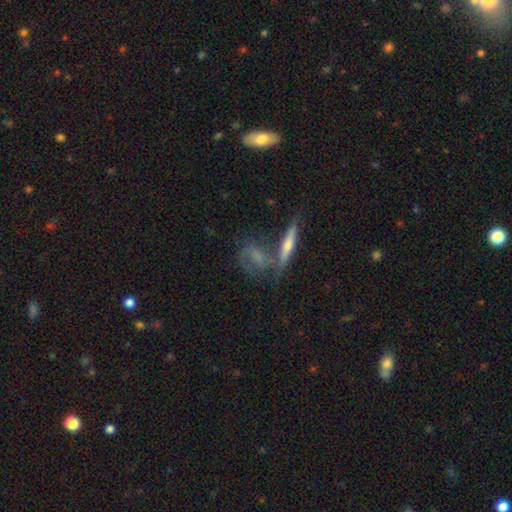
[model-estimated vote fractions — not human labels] This appears to be a featured or disk galaxy (56%) viewed edge-on (53%). Merging: none (50%).